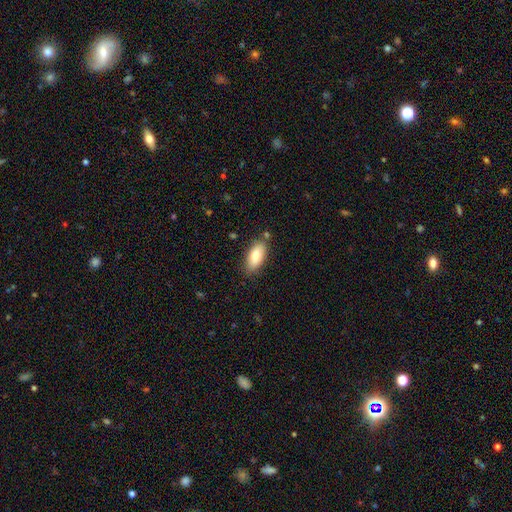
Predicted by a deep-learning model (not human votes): Smooth or featured?
  - smooth: 79% *
  - featured or disk: 14%
  - star or artifact: 7%
How rounded?
  - in between: 87% *
  - cigar-shaped: 10%
  - round: 3%
Merging?
  - none: 81% *
  - minor disturbance: 13%
  - merger: 4%
  - major disturbance: 3%